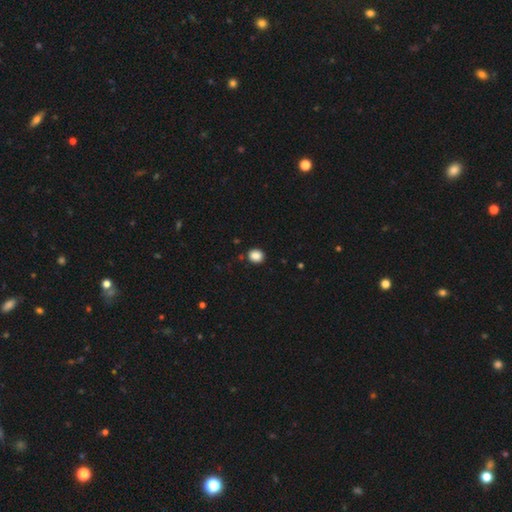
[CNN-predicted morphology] A smooth galaxy with no disk features (87%) that is round (75%).

Vote fractions:
- Smooth or featured? smooth: 87% / star or artifact: 10% / featured or disk: 3%
- How rounded? round: 75% / in between: 24% / cigar-shaped: 1%
- Merging? none: 89% / minor disturbance: 8% / major disturbance: 2% / merger: 2%